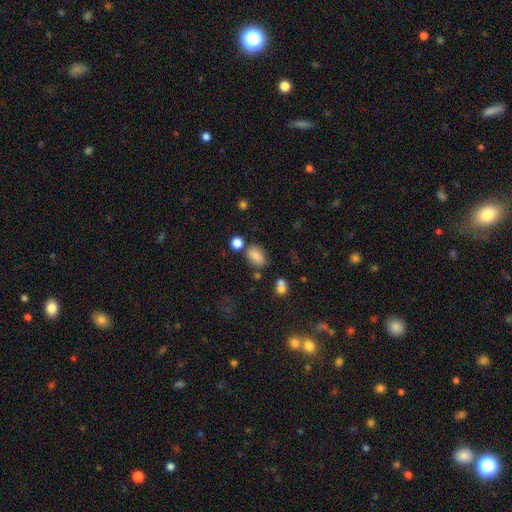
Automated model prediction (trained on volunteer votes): smooth_or_featured: smooth (p=0.82) [alt: star or artifact p=0.10]
how_rounded: in between (p=0.79) [alt: round p=0.19]
merging: none (p=0.67) [alt: minor disturbance p=0.16]